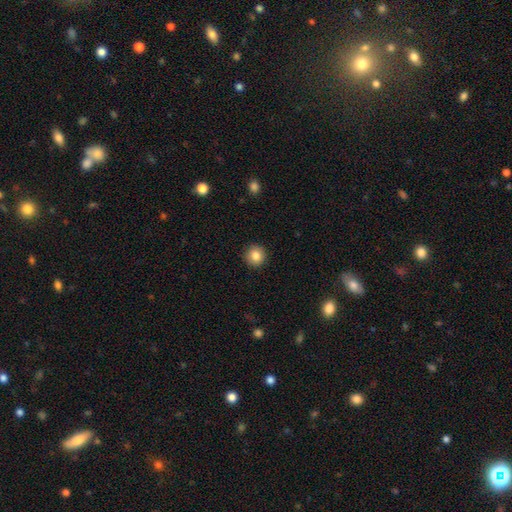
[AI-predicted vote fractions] smooth 85%, star or artifact 9%, featured or disk 6%. Down the decision tree: how rounded — round (94%); merging — none (92%).